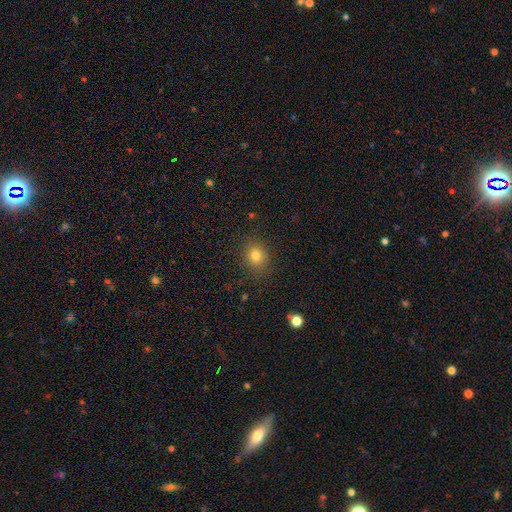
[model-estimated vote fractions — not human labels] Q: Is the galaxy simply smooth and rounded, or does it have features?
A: smooth — 79%.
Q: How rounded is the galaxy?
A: round — 76%.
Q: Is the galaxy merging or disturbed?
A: none — 86%.